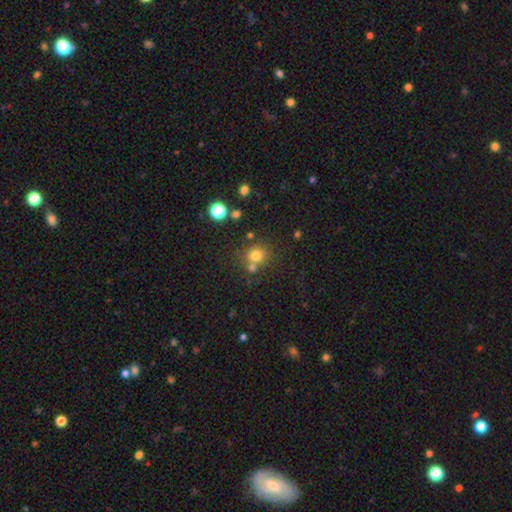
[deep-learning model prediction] This is likely a smooth galaxy (75%). How rounded: clearly round (86%). Merging: likely none (63%).